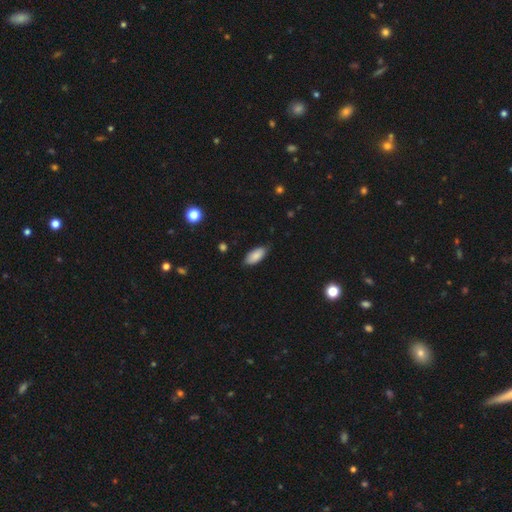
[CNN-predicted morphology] smooth_or_featured: smooth (p=0.86) [alt: featured or disk p=0.07]
how_rounded: in between (p=0.89) [alt: cigar-shaped p=0.09]
merging: none (p=0.81) [alt: minor disturbance p=0.15]